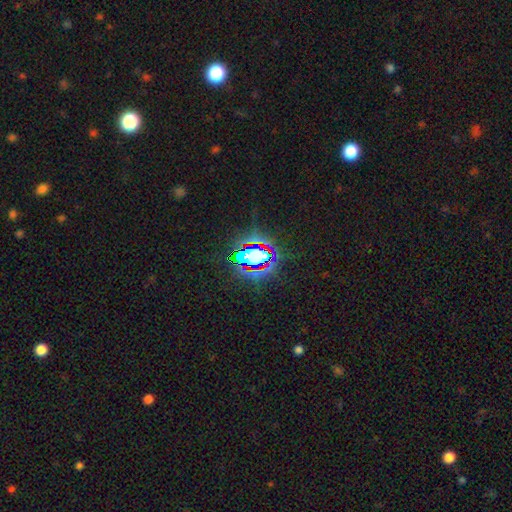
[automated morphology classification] star or artifact 66%, smooth 20%, featured or disk 14%.